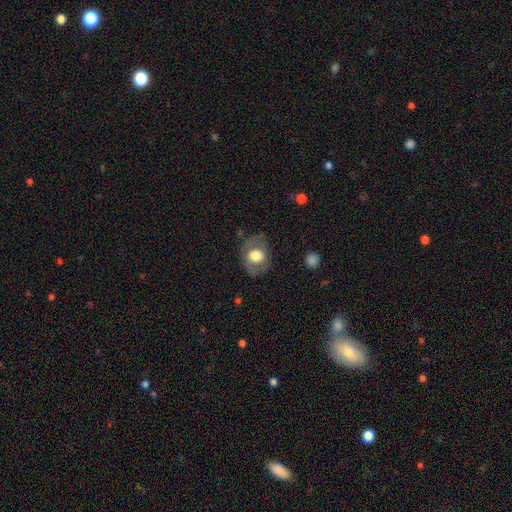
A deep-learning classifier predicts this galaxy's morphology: The model was most divided on "how rounded": in between: 50%, round: 49%, cigar-shaped: 1%. More confident: merging — none (71%); smooth or featured — smooth (57%).